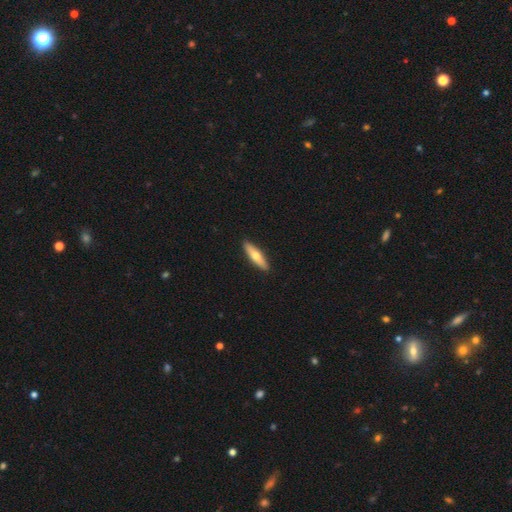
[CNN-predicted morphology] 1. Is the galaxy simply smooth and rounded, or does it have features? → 58% smooth, 37% featured or disk, 5% star or artifact.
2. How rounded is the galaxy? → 72% cigar-shaped, 26% in between, 2% round.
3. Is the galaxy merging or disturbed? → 91% none, 6% minor disturbance, 1% major disturbance, 1% merger.